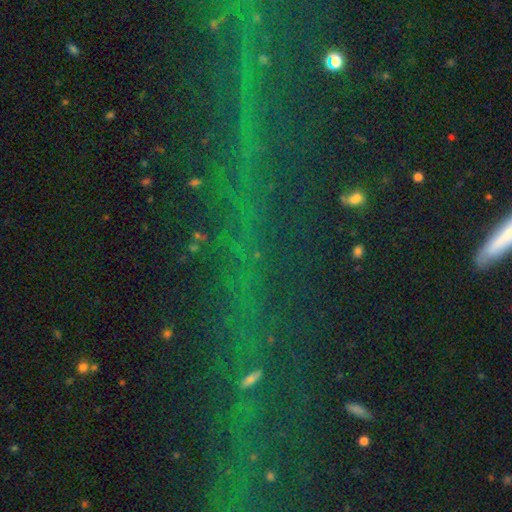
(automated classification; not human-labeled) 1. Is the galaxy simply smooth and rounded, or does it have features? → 70% star or artifact, 16% featured or disk, 14% smooth.